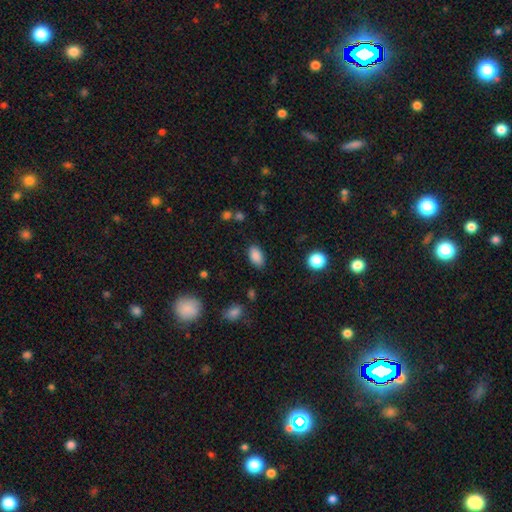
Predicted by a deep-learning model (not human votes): smooth-or-featured: smooth: 87% | star or artifact: 8% | featured or disk: 4%
  how-rounded: in between: 92% | round: 5% | cigar-shaped: 3%
  merging: none: 85% | minor disturbance: 10% | major disturbance: 3% | merger: 2%